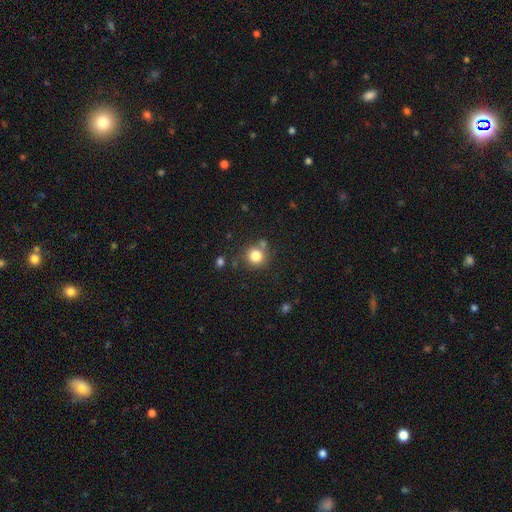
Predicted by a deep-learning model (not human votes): smooth_or_featured: smooth (p=0.81) [alt: star or artifact p=0.12]
how_rounded: round (p=0.90) [alt: in between p=0.09]
merging: none (p=0.72) [alt: merger p=0.12]